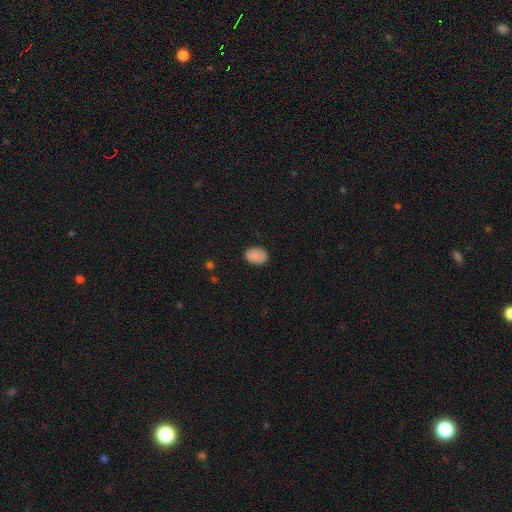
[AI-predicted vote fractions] A smooth galaxy with no disk features (87%) that is in between round and cigar-shaped (82%).

Vote fractions:
- Smooth or featured? smooth: 87% / star or artifact: 9% / featured or disk: 4%
- How rounded? in between: 82% / round: 17% / cigar-shaped: 1%
- Merging? none: 84% / minor disturbance: 12% / major disturbance: 3% / merger: 1%